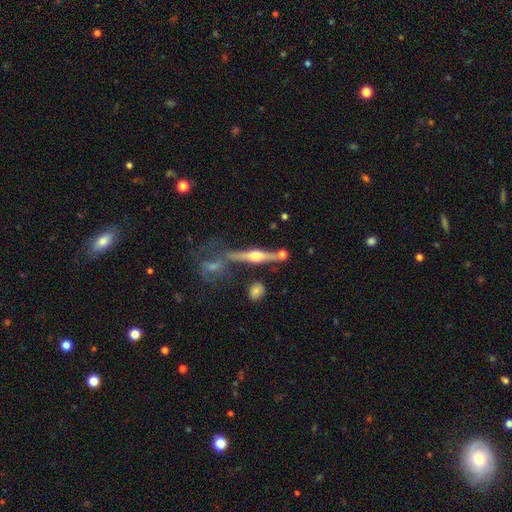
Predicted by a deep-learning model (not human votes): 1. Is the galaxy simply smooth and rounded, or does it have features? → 75% featured or disk, 17% smooth, 7% star or artifact.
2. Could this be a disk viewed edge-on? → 95% yes, 5% no.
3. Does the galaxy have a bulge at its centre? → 93% rounded, 4% boxy, 3% none.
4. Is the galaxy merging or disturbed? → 67% none, 14% merger, 13% minor disturbance, 5% major disturbance.